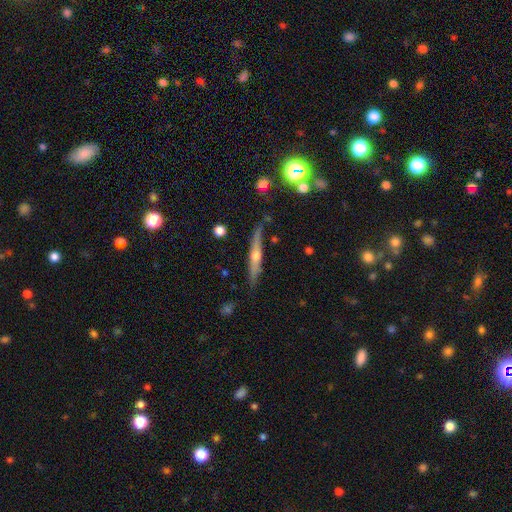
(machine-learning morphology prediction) Overall: featured or disk (65%; smooth 27%). Edge-on disk: yes (95%). Edge-on bulge: rounded (87%). Merging: none (81%).